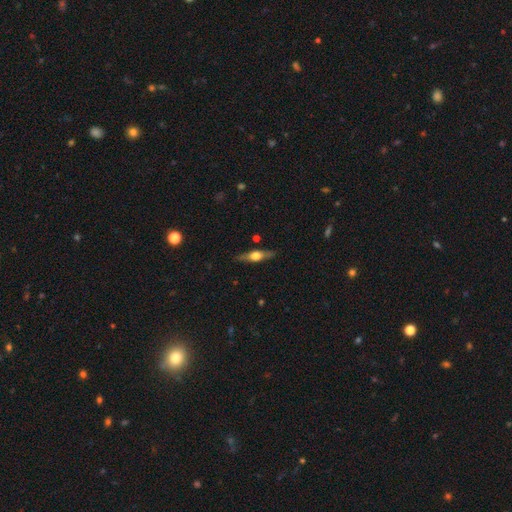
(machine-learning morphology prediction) A featured or disk galaxy (59%) viewed edge-on (91%) with a rounded central bulge (91%).

Vote fractions:
- Smooth or featured? featured or disk: 59% / smooth: 35% / star or artifact: 6%
- Edge-on disk? yes: 91% / no: 9%
- Edge-on bulge? rounded: 91% / boxy: 6% / none: 2%
- Merging? none: 85% / minor disturbance: 12% / major disturbance: 3% / merger: 1%